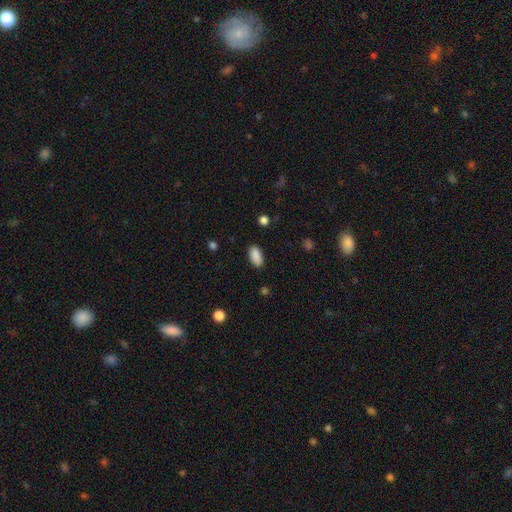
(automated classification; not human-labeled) Q: Smooth or featured?
A: smooth (89%); runner-up: star or artifact (7%)
Q: How rounded?
A: in between (90%); runner-up: cigar-shaped (7%)
Q: Merging?
A: none (87%); runner-up: minor disturbance (9%)